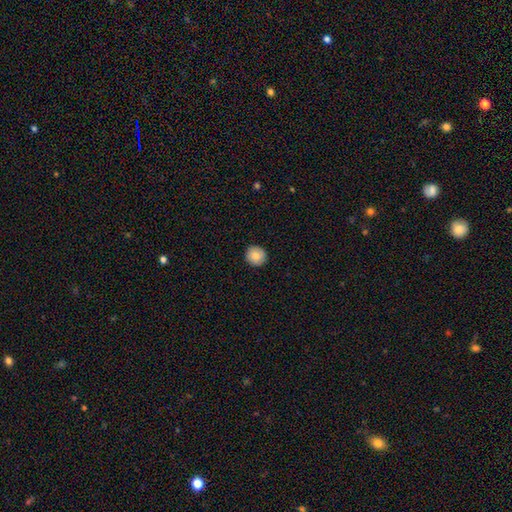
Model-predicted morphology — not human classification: smooth_or_featured: smooth (p=0.84) [alt: featured or disk p=0.09]
how_rounded: round (p=0.93) [alt: in between p=0.06]
merging: none (p=0.92) [alt: minor disturbance p=0.06]